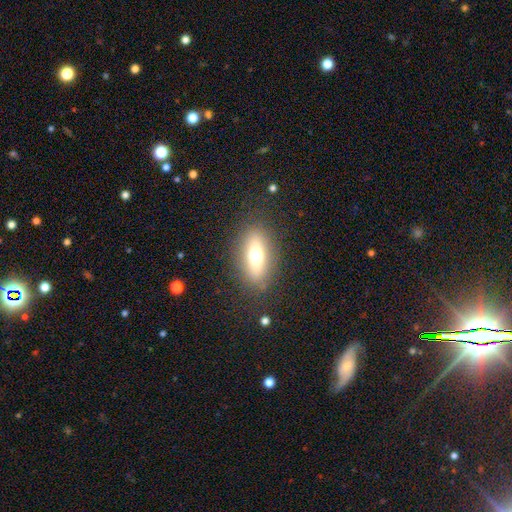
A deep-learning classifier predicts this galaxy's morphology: The model was most divided on "smooth or featured": smooth: 59%, featured or disk: 30%, star or artifact: 12%. More confident: merging — none (84%); how rounded — in between (71%).